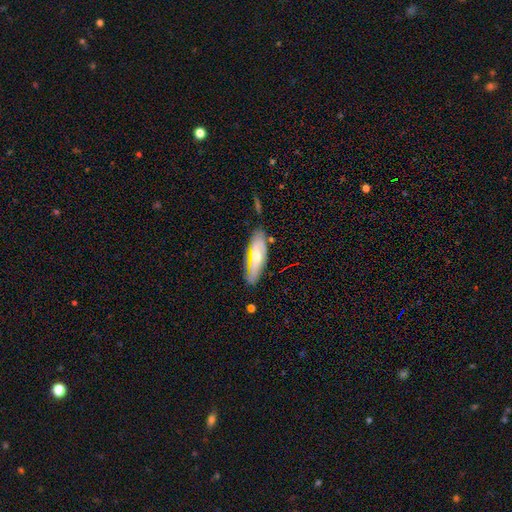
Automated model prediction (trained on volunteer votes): Morphology: type=featured or disk (56%); edge-on=no (71%); merging=none (76%).